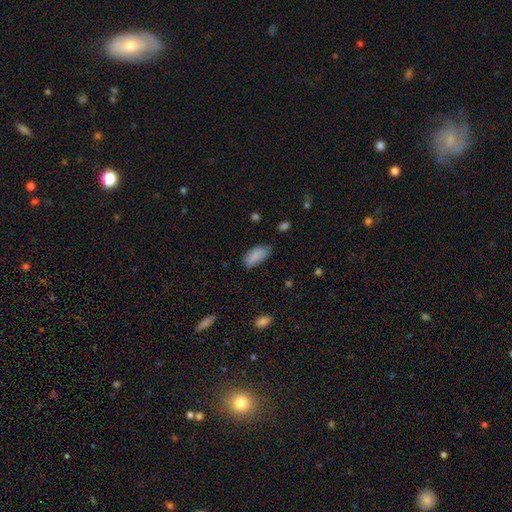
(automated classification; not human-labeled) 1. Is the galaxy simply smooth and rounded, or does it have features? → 87% smooth, 7% star or artifact, 6% featured or disk.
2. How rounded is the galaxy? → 92% in between, 5% cigar-shaped, 2% round.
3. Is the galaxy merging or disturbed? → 68% none, 26% minor disturbance, 5% major disturbance, 2% merger.